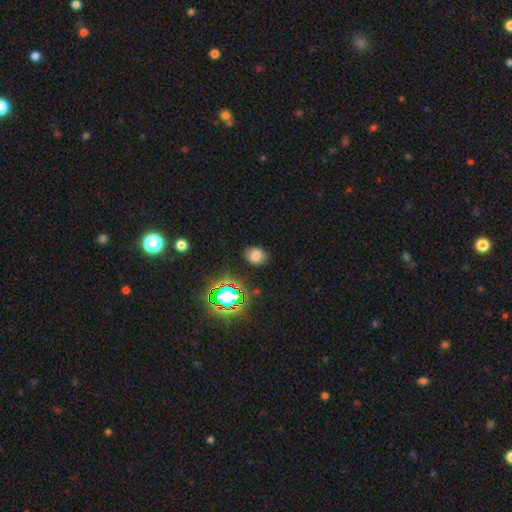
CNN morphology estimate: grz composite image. It shows a smooth galaxy with no disk features (73%) that is in between round and cigar-shaped (59%). Merging: none (82%).